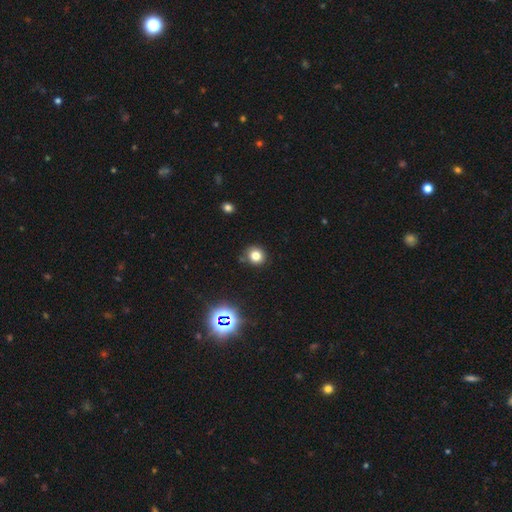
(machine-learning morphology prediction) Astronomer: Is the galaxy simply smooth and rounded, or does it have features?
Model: smooth — 78%.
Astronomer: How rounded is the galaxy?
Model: round — 87%.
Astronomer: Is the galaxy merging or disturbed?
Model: none — 84%.